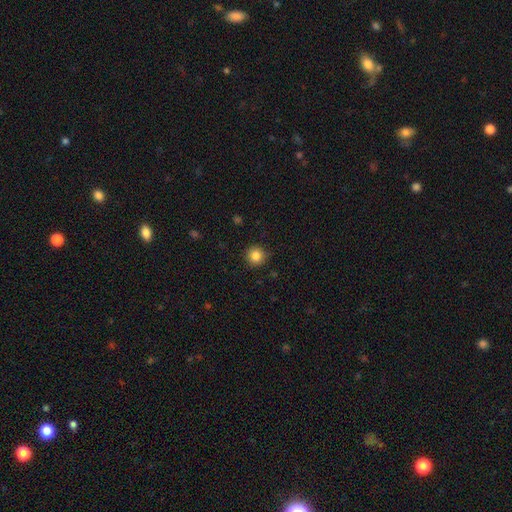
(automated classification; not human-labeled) The model was most divided on "smooth or featured": smooth: 85%, star or artifact: 10%, featured or disk: 5%. More confident: how rounded — round (94%); merging — none (90%).